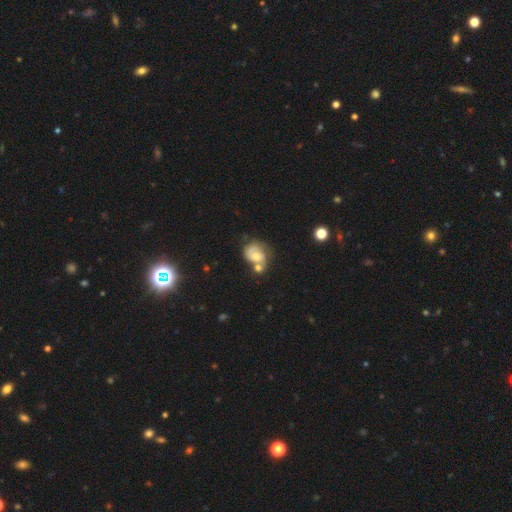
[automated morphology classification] Smooth or featured?
  - featured or disk: 47% *
  - smooth: 44%
  - star or artifact: 9%
Merging?
  - merger: 40% *
  - none: 28%
  - minor disturbance: 19%
  - major disturbance: 13%